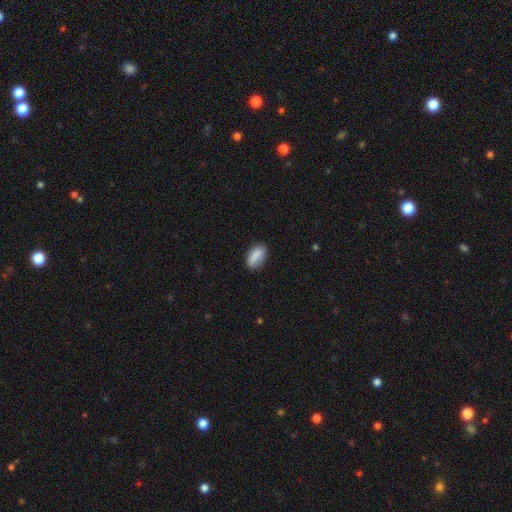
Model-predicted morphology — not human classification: smooth_or_featured: smooth (p=0.85) [alt: featured or disk p=0.08]
how_rounded: in between (p=0.89) [alt: cigar-shaped p=0.06]
merging: none (p=0.79) [alt: minor disturbance p=0.17]